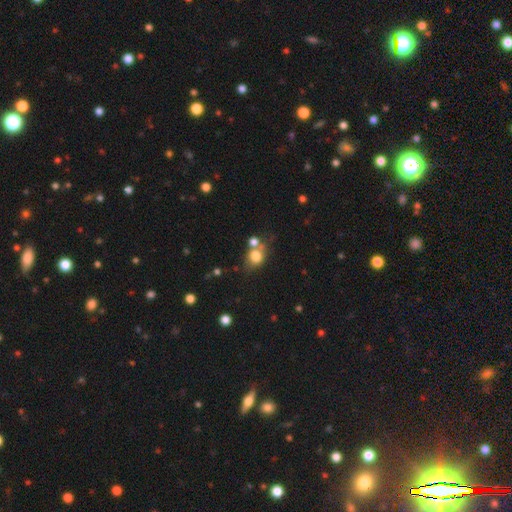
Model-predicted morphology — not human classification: Smooth or featured: smooth — 76% (featured or disk — 12%)
How rounded: round — 61% (in between — 38%)
Merging: none — 49% (merger — 29%)